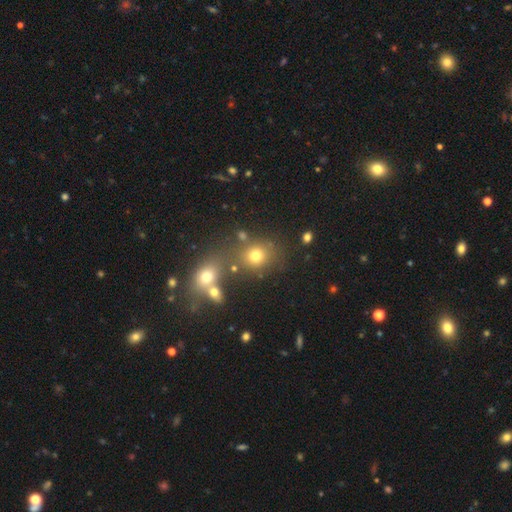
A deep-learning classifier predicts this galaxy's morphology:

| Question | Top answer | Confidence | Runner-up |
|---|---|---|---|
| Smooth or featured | smooth | 71% | star or artifact (18%) |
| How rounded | round | 72% | in between (27%) |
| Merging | none | 60% | merger (23%) |